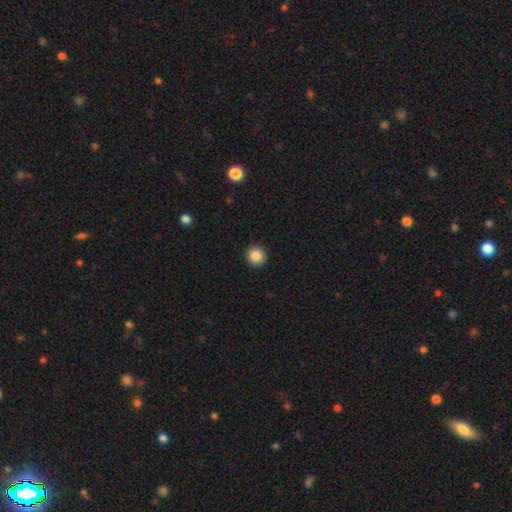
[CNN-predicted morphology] smooth 87%, star or artifact 9%, featured or disk 4%. Down the decision tree: how rounded — round (95%); merging — none (92%).